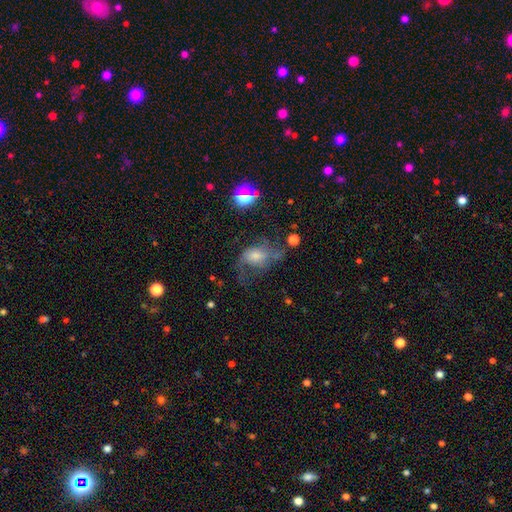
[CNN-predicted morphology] The model was most divided on "bulge size": small: 40%, moderate: 39%, large: 10%, none: 9%, dominant: 2%. Remaining: edge-on disk — no (95%); spiral arms — yes (75%); bar — no (68%); smooth or featured — featured or disk (56%); merging — none (39%).